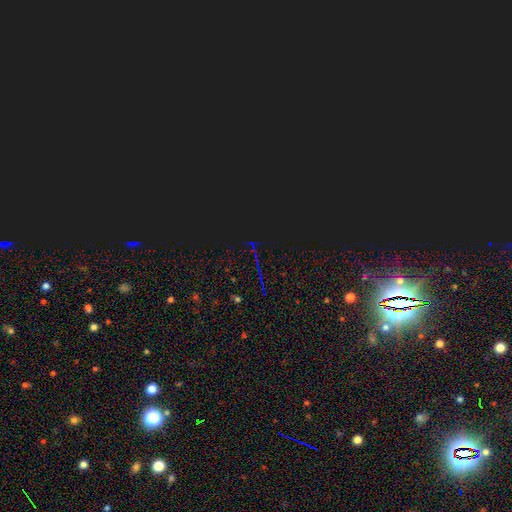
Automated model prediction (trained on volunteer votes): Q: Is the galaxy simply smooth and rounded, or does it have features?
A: star or artifact — 83%.